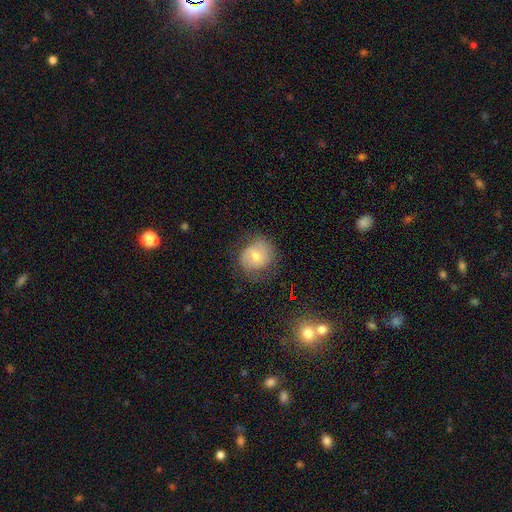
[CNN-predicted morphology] This appears to be a smooth galaxy with no disk features (49%). Merging: none (63%).